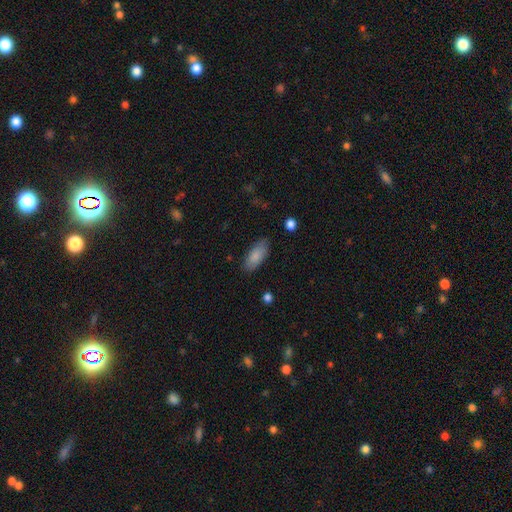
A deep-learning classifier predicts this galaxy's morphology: Smooth or featured: smooth — 86% (featured or disk — 8%)
How rounded: in between — 84% (cigar-shaped — 14%)
Merging: none — 83% (minor disturbance — 13%)